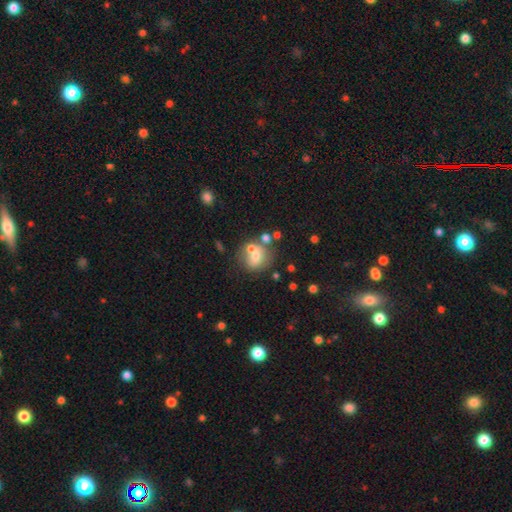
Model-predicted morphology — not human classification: Smooth or featured: smooth — 60% (featured or disk — 27%)
How rounded: round — 75% (in between — 24%)
Merging: none — 46% (merger — 32%)